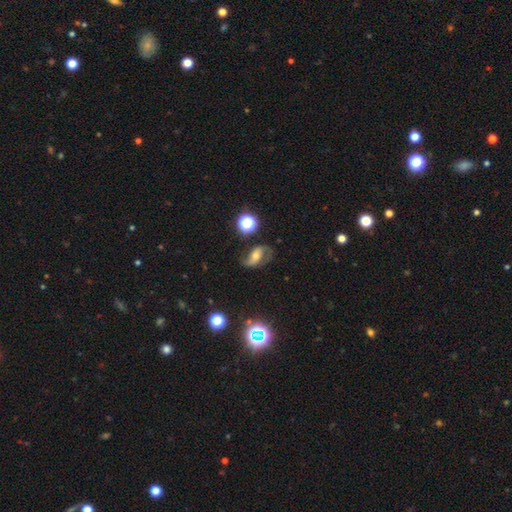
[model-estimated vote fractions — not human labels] smooth-or-featured: featured or disk: 71% | smooth: 17% | star or artifact: 12%
  disk-edge-on: no: 95% | yes: 5%
    bar: no: 39% | weak: 35% | strong: 26%
    has-spiral-arms: yes: 91% | no: 9%
      spiral-winding: loose: 54% | medium: 35% | tight: 11%
      spiral-arm-count: 2: 88% | can't tell: 5% | 1: 5% | 3: 1% | 4: 1% | more than 4: 1%
    bulge-size: moderate: 57% | small: 32% | large: 7% | none: 2% | dominant: 2%
  merging: none: 67% | minor disturbance: 19% | major disturbance: 11% | merger: 3%